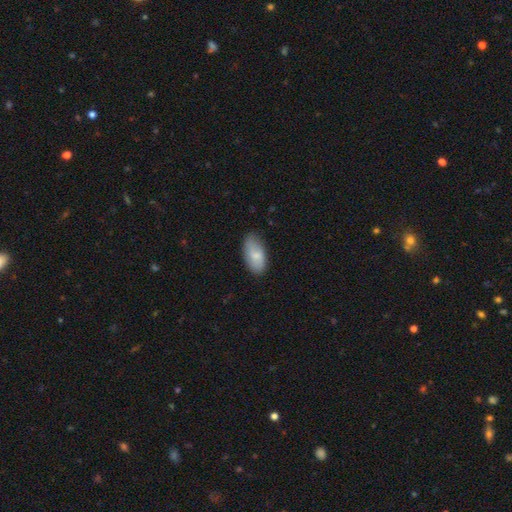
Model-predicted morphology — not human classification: This is likely a smooth galaxy (78%). How rounded: clearly in between (93%). Merging: likely none (76%).